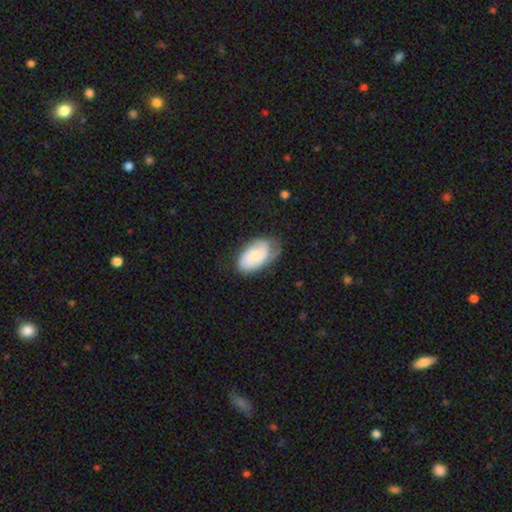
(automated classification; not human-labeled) This is possibly a featured or disk galaxy (50%). It is clearly not viewed edge-on (95%). Merging: possibly none (57%).